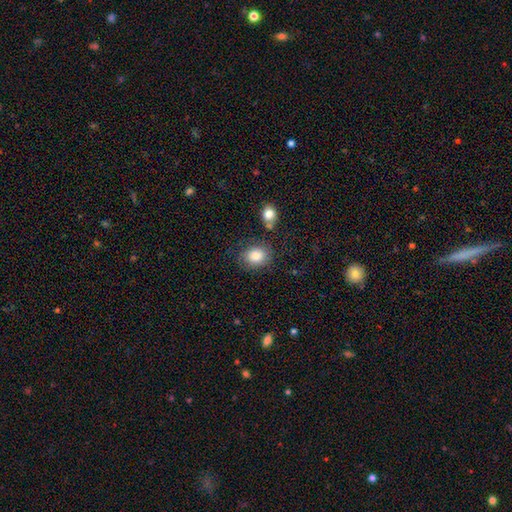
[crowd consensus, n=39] smooth 90%, featured or disk 10%, star or artifact 0%. Down the decision tree: how rounded — in between (60%); merging — none (79%).